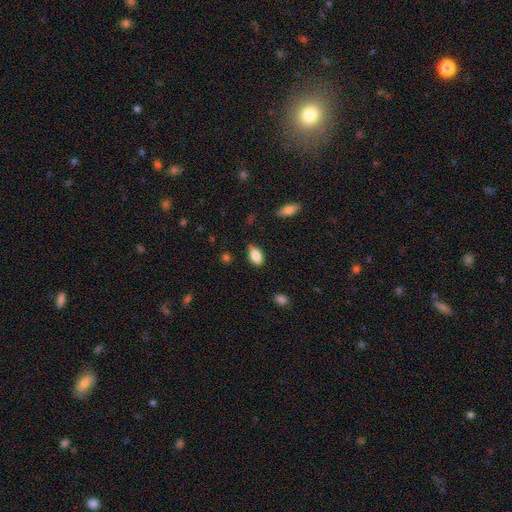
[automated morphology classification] type=smooth (84%); roundness=in between (90%); merging=none (78%).